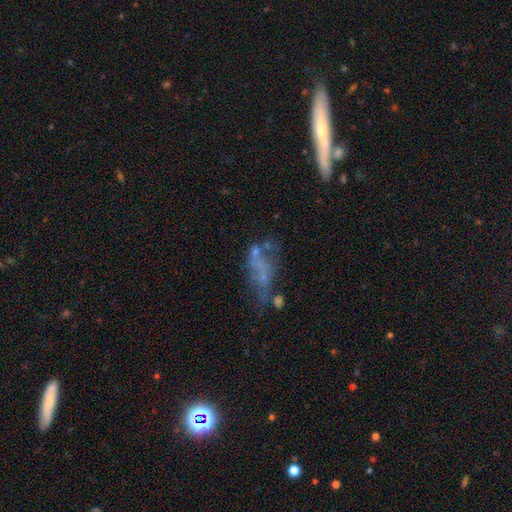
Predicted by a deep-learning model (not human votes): A featured or disk galaxy (48%).

Vote fractions:
- Smooth or featured? featured or disk: 48% / smooth: 34% / star or artifact: 17%
- Merging? major disturbance: 29% / merger: 28% / none: 26% / minor disturbance: 17%